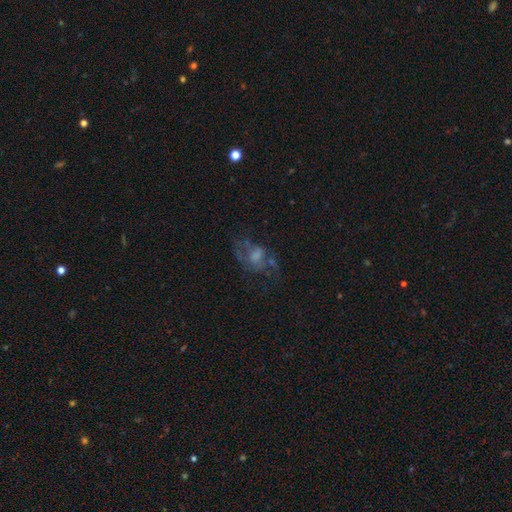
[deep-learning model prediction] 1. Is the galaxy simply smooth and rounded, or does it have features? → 55% featured or disk, 27% smooth, 19% star or artifact.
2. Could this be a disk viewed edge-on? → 95% no, 5% yes.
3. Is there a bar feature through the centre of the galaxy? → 66% no, 28% weak, 5% strong.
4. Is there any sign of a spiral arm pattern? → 53% yes, 47% no.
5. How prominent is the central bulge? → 36% moderate, 29% small, 23% none, 10% large, 2% dominant.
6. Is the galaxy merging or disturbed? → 48% none, 29% major disturbance, 19% minor disturbance, 5% merger.